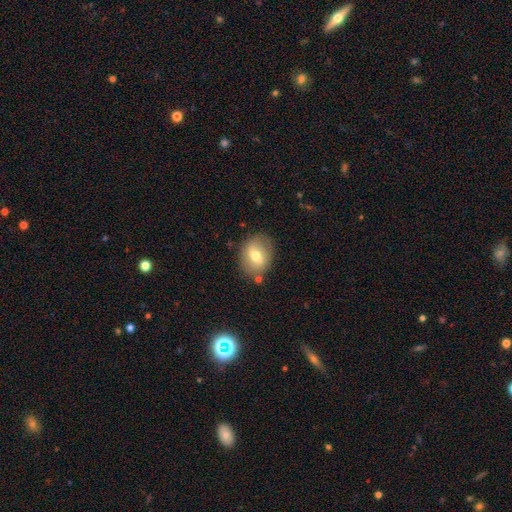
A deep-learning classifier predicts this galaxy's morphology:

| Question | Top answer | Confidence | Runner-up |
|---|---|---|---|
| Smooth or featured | smooth | 65% | featured or disk (27%) |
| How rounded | in between | 55% | round (44%) |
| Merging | none | 80% | minor disturbance (12%) |